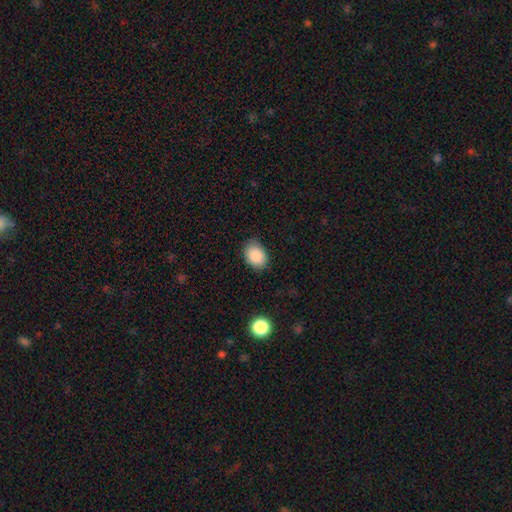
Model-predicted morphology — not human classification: The model was most divided on "how rounded": in between: 68%, round: 31%, cigar-shaped: 1%. More confident: smooth or featured — smooth (89%); merging — none (81%).